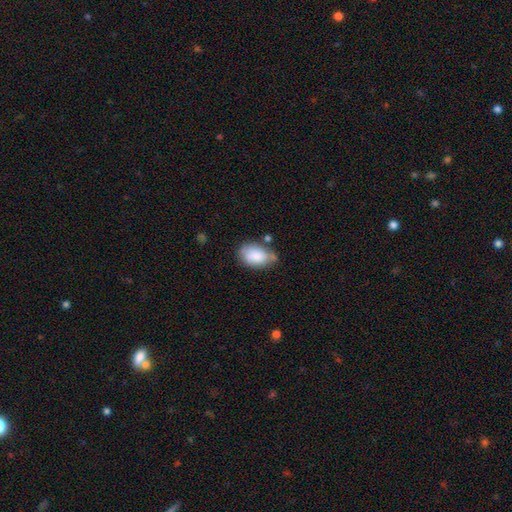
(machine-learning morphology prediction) Smooth or featured?
  - smooth: 84% *
  - featured or disk: 9%
  - star or artifact: 7%
How rounded?
  - in between: 89% *
  - round: 9%
  - cigar-shaped: 1%
Merging?
  - none: 53% *
  - minor disturbance: 30%
  - merger: 10%
  - major disturbance: 7%